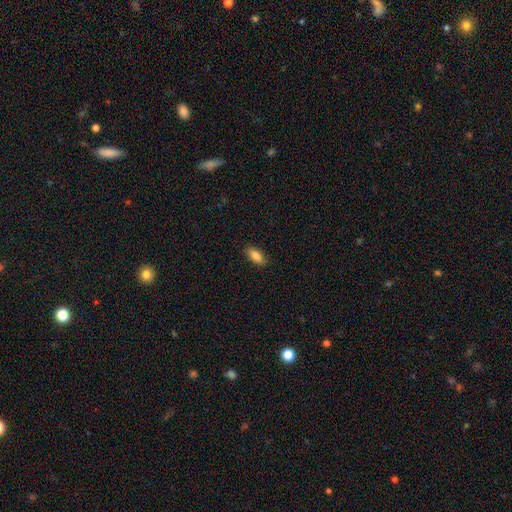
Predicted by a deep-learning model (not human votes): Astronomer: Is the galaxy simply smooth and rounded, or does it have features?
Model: smooth — 84%.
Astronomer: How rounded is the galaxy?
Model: in between — 85%.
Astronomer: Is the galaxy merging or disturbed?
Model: none — 87%.